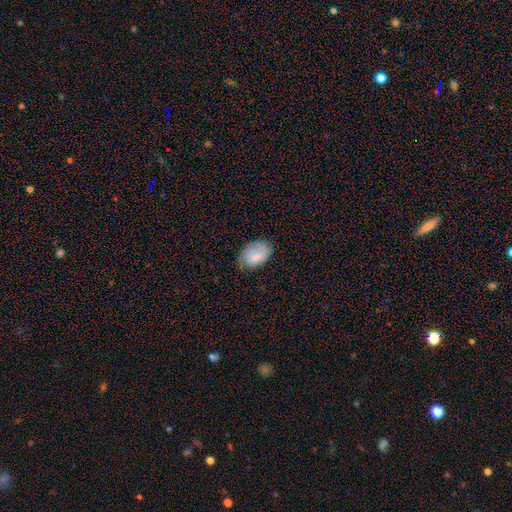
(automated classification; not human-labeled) Smooth or featured: smooth — 71% (featured or disk — 22%)
How rounded: in between — 87% (round — 12%)
Merging: none — 65% (minor disturbance — 27%)